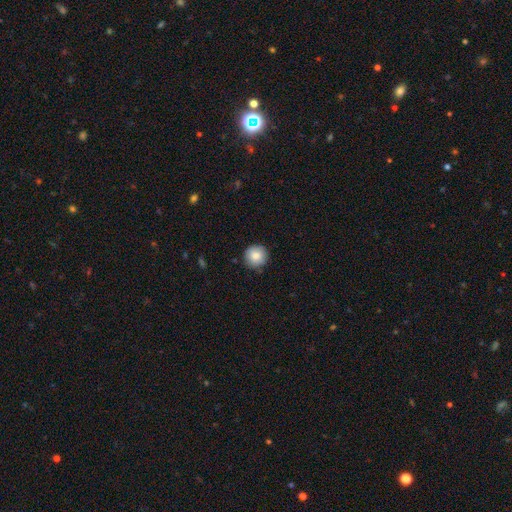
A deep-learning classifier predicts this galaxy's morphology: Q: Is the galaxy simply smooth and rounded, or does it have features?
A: smooth — 84%.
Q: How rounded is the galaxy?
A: round — 95%.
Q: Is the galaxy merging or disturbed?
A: none — 89%.